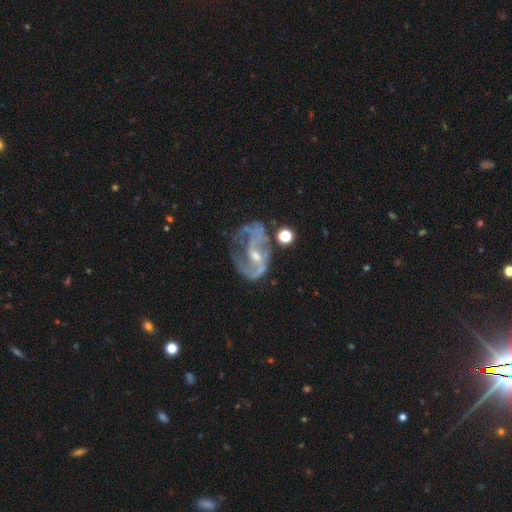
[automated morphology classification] A featured or disk galaxy (80%) with no bar (42%), 2 (59%) loose (44%) spiral arms (79%) and a small central bulge (60%).

Vote fractions:
- Smooth or featured? featured or disk: 80% / smooth: 10% / star or artifact: 10%
- Edge-on disk? no: 97% / yes: 3%
- Bar? no: 42% / weak: 41% / strong: 17%
- Spiral arms? yes: 79% / no: 21%
- Spiral winding? loose: 44% / medium: 40% / tight: 17%
- Spiral arm count? 2: 59% / can't tell: 18% / 1: 15% / 3: 5% / 4: 2% / more than 4: 2%
- Bulge size? small: 60% / moderate: 31% / none: 7% / large: 2% / dominant: 1%
- Merging? major disturbance: 37% / none: 33% / minor disturbance: 21% / merger: 10%